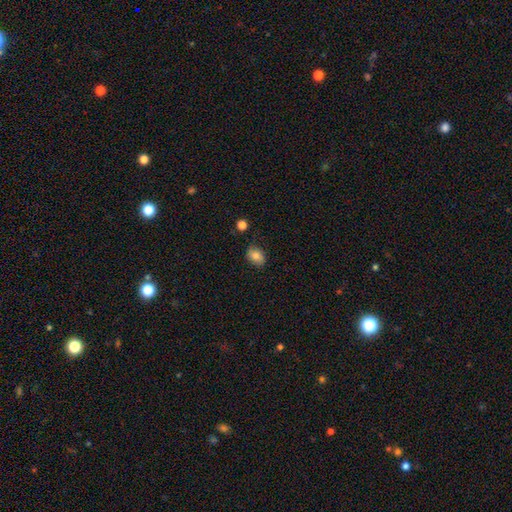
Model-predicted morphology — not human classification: smooth 79%, featured or disk 11%, star or artifact 9%. Down the decision tree: how rounded — in between (69%); merging — none (77%).